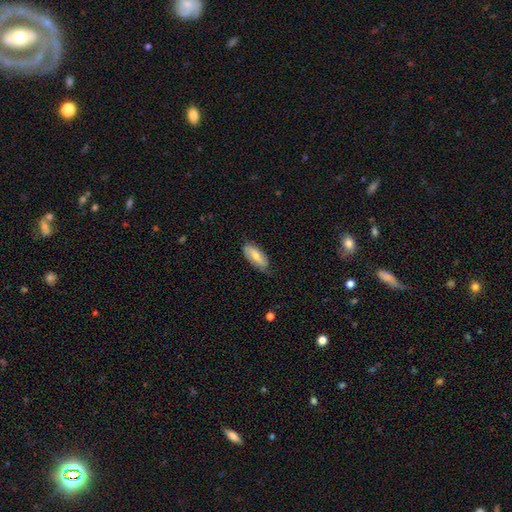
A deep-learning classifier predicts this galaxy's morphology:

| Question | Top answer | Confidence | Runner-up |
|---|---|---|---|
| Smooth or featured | smooth | 56% | featured or disk (38%) |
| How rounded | in between | 79% | cigar-shaped (18%) |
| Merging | none | 70% | minor disturbance (24%) |